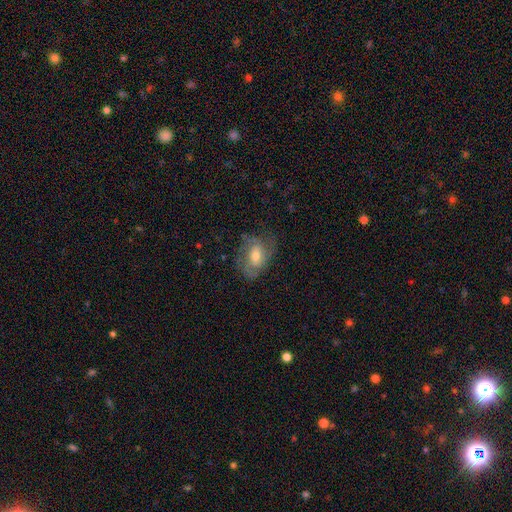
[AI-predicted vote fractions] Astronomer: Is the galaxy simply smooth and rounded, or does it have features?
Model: featured or disk — 65%.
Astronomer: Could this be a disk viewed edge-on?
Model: no — 95%.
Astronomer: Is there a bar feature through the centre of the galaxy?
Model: no — 44% (runner-up: weak, 43%).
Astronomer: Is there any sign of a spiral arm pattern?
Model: yes — 84%.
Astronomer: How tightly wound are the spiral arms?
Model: medium — 44% (runner-up: tight, 36%).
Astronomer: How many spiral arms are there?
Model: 2 — 50% (runner-up: can't tell, 26%).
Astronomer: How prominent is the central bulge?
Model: moderate — 65%.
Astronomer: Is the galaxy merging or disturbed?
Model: none — 62%.